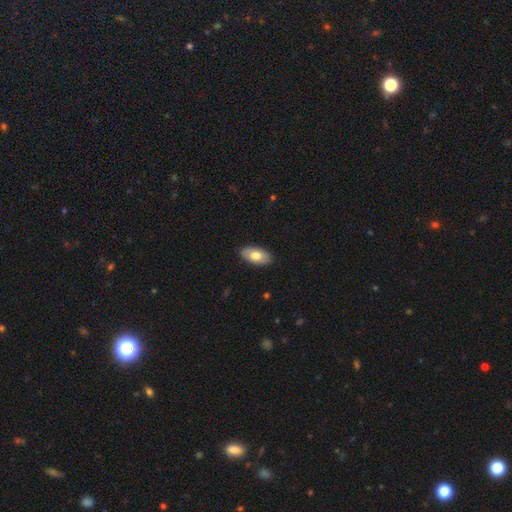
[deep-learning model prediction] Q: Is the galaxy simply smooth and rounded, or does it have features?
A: smooth — 73%.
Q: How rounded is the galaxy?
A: in between — 94%.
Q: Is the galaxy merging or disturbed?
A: none — 88%.